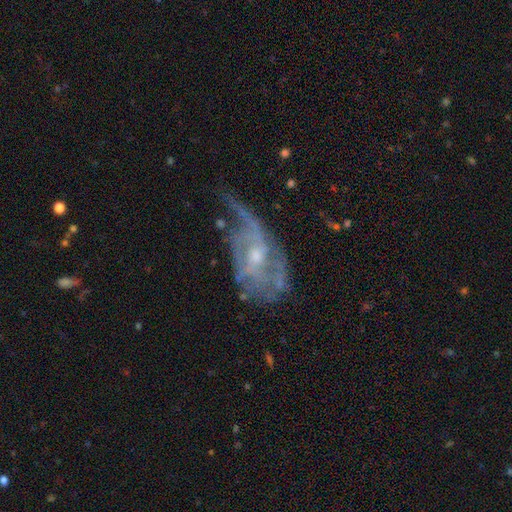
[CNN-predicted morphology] smooth_or_featured: featured or disk (p=0.76) [alt: smooth p=0.14]
disk_edge_on: no (p=0.94) [alt: yes p=0.06]
bar: no (p=0.59) [alt: weak p=0.34]
has_spiral_arms: yes (p=0.74) [alt: no p=0.26]
spiral_winding: loose (p=0.39) [alt: medium p=0.36]
spiral_arm_count: can't tell (p=0.40) [alt: 2 p=0.27]
bulge_size: small (p=0.52) [alt: moderate p=0.41]
merging: major disturbance (p=0.37) [alt: none p=0.32]